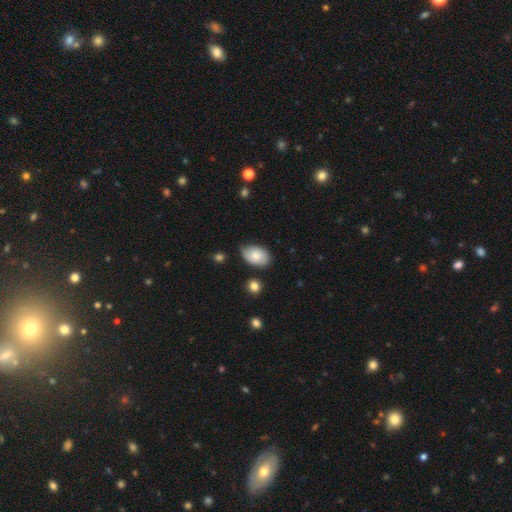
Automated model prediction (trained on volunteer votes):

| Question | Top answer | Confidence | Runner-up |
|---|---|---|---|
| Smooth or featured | smooth | 76% | featured or disk (17%) |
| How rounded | in between | 89% | round (10%) |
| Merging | none | 72% | minor disturbance (21%) |